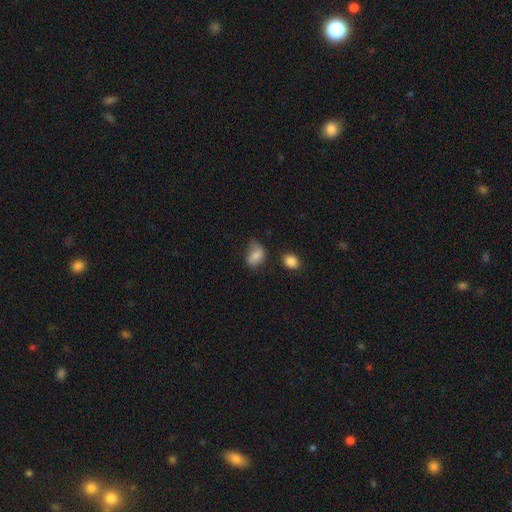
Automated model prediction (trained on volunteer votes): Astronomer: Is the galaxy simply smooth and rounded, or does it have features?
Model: smooth — 78%.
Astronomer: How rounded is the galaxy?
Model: in between — 79%.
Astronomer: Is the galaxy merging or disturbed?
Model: none — 46% (runner-up: minor disturbance, 36%).